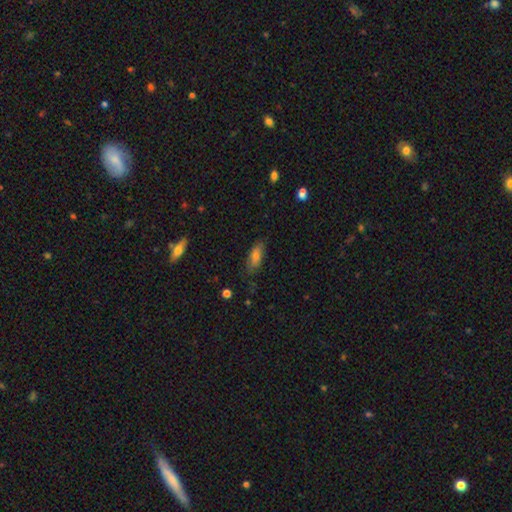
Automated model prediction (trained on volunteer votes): Morphology: type=smooth (71%); roundness=in between (76%); merging=none (78%).